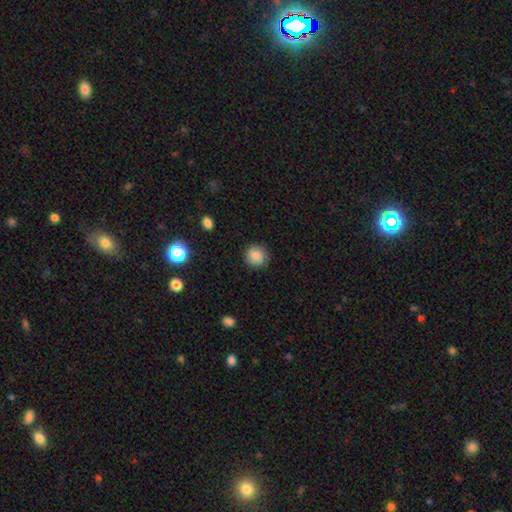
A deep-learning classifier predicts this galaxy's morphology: Overall: smooth (87%). How rounded: round (93%). Merging: none (89%).